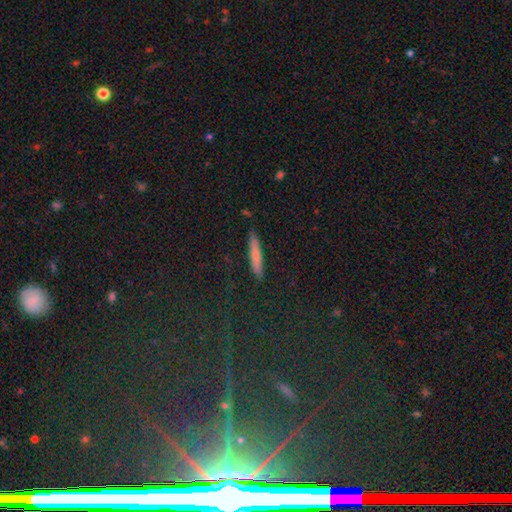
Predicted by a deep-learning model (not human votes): Q: Smooth or featured?
A: smooth (60%); runner-up: featured or disk (31%)
Q: How rounded?
A: cigar-shaped (90%); runner-up: in between (8%)
Q: Merging?
A: none (87%); runner-up: minor disturbance (9%)